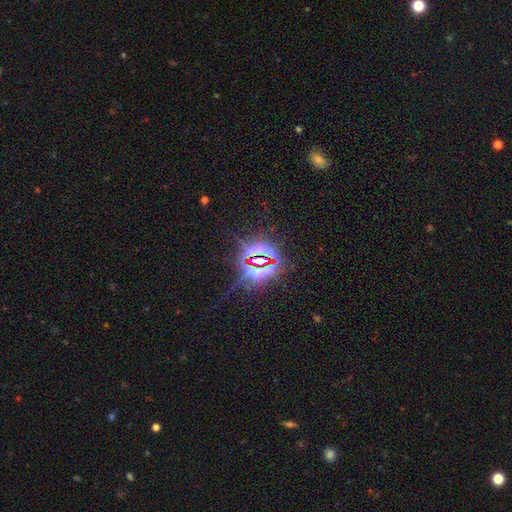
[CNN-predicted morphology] Overall: star or artifact (85%).